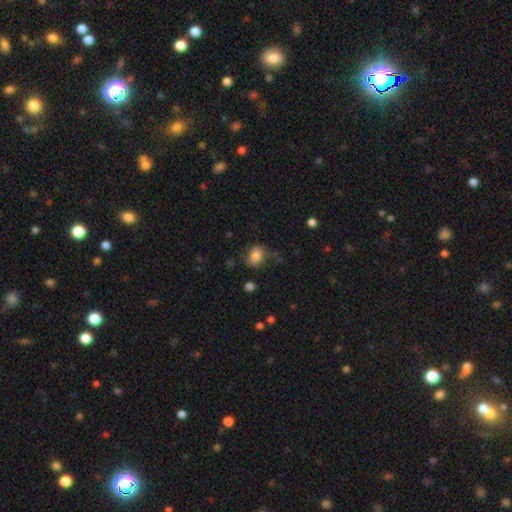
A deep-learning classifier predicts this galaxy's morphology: A smooth galaxy with no disk features (81%) that is in between round and cigar-shaped (52%). Merging: none (72%).